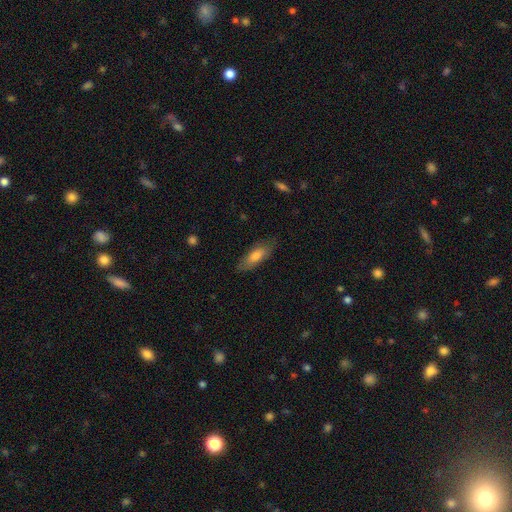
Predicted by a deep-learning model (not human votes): A smooth galaxy with no disk features (71%) that is in between round and cigar-shaped (66%).

Vote fractions:
- Smooth or featured? smooth: 71% / featured or disk: 23% / star or artifact: 6%
- How rounded? in between: 66% / cigar-shaped: 32% / round: 2%
- Merging? none: 80% / minor disturbance: 16% / major disturbance: 4% / merger: 1%